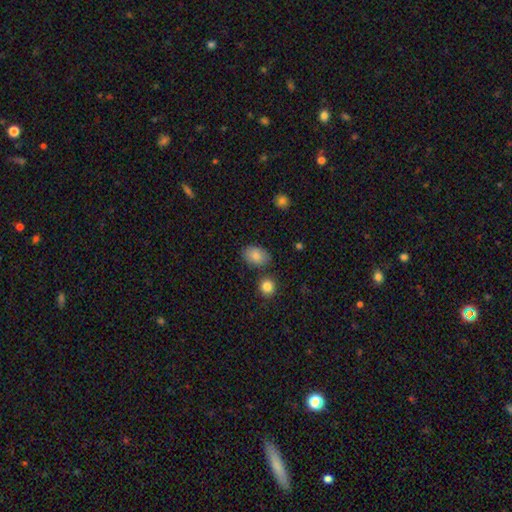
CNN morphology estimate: smooth_or_featured: smooth (p=0.83) [alt: star or artifact p=0.09]
how_rounded: in between (p=0.80) [alt: round p=0.19]
merging: none (p=0.77) [alt: minor disturbance p=0.14]